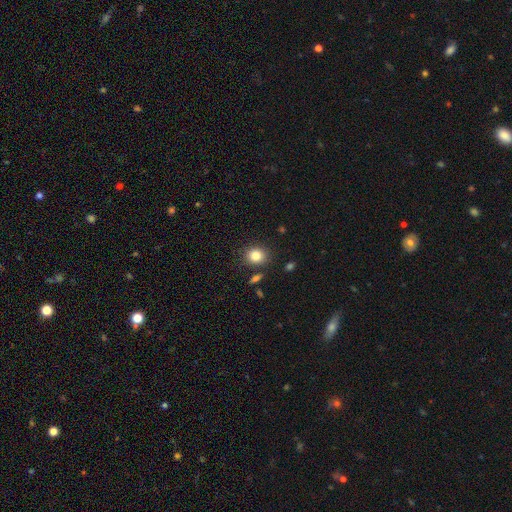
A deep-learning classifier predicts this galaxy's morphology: Q: Smooth or featured?
A: smooth (83%); runner-up: star or artifact (10%)
Q: How rounded?
A: round (68%); runner-up: in between (31%)
Q: Merging?
A: none (83%); runner-up: minor disturbance (10%)